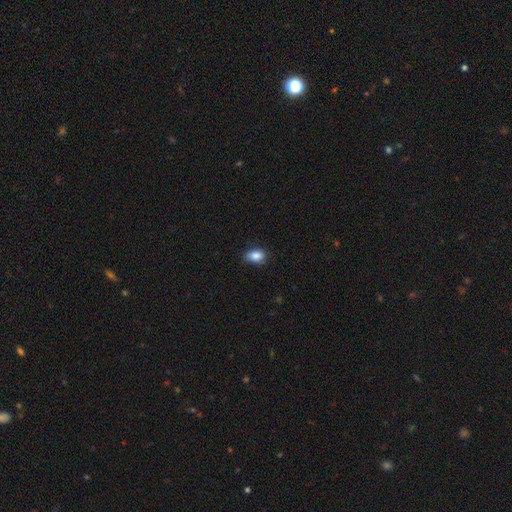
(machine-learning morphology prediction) smooth_or_featured: smooth (p=0.86) [alt: star or artifact p=0.08]
how_rounded: in between (p=0.87) [alt: round p=0.10]
merging: none (p=0.78) [alt: minor disturbance p=0.18]